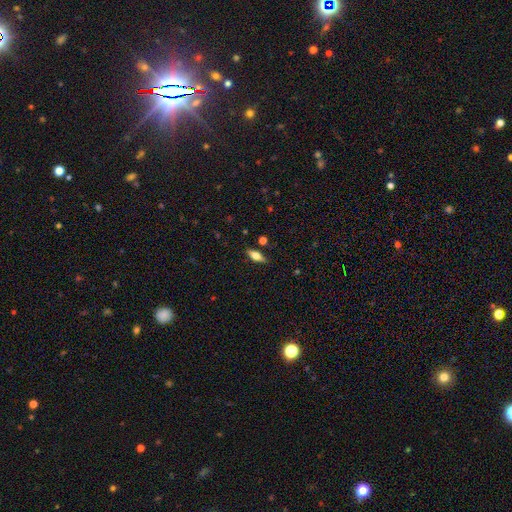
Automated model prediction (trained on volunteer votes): smooth 55%, featured or disk 37%, star or artifact 8%. Down the decision tree: how rounded — in between (69%); merging — none (84%).